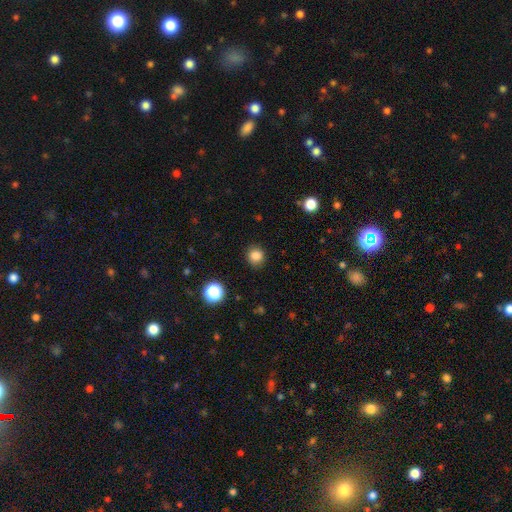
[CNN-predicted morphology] Overall: smooth (84%). How rounded: round (89%). Merging: none (90%).